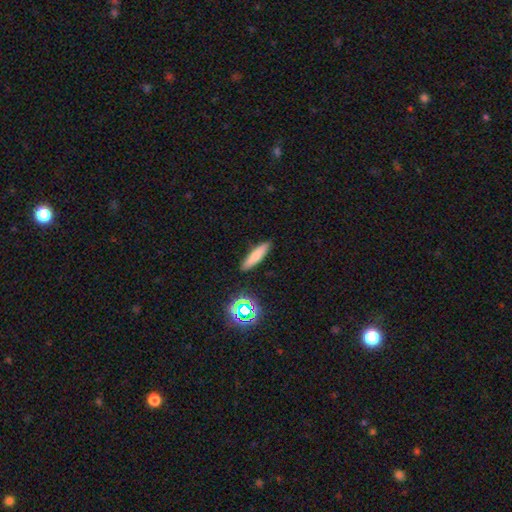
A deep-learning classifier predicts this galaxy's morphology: A smooth galaxy with no disk features (72%) that is cigar-shaped (82%).

Vote fractions:
- Smooth or featured? smooth: 72% / featured or disk: 17% / star or artifact: 11%
- How rounded? cigar-shaped: 82% / in between: 16% / round: 2%
- Merging? none: 89% / minor disturbance: 7% / major disturbance: 2% / merger: 2%